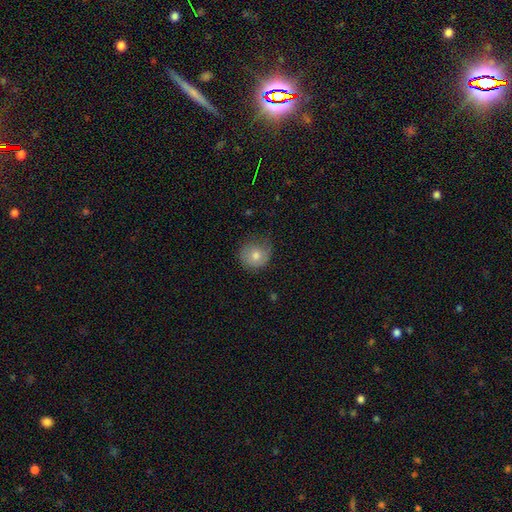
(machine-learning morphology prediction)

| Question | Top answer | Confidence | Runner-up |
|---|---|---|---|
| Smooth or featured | smooth | 68% | featured or disk (22%) |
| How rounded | round | 86% | in between (13%) |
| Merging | none | 67% | minor disturbance (24%) |